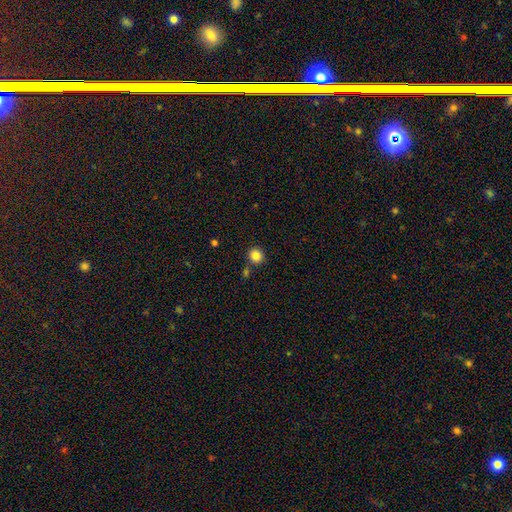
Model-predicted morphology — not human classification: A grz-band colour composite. It shows a smooth galaxy with no disk features (84%) that is round (87%). Merging: none (81%).